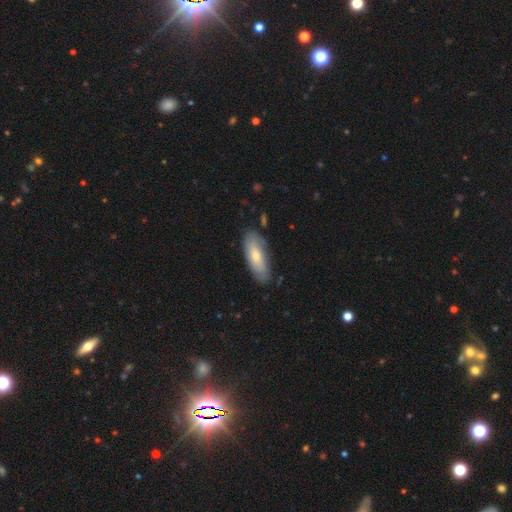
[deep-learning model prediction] Smooth or featured? Predicted: smooth (p=0.58). How rounded? Predicted: in between (p=0.66). Merging? Predicted: none (p=0.79).